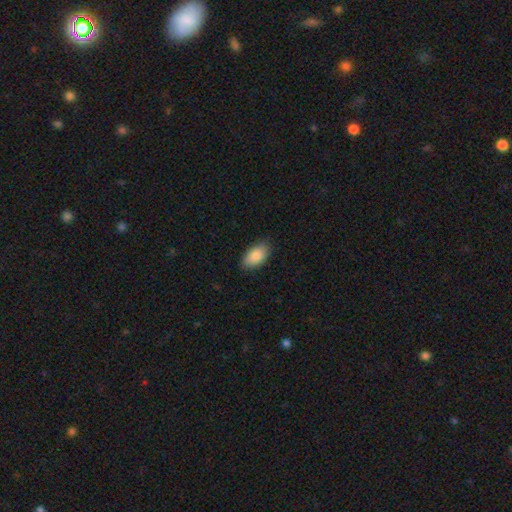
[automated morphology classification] A smooth galaxy with no disk features (87%) that is in between round and cigar-shaped (94%). Merging: none (85%).